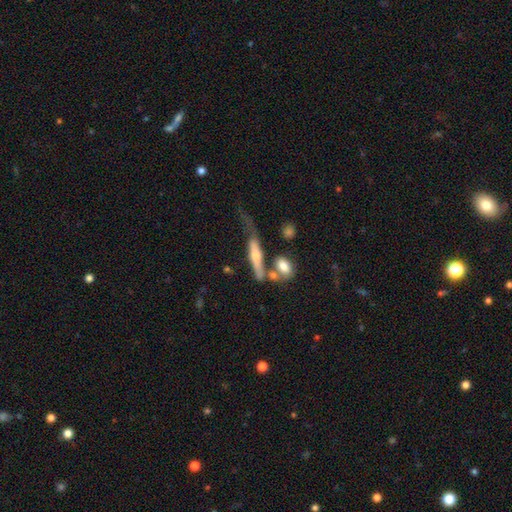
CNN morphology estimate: Q: Smooth or featured?
A: smooth (48%); runner-up: featured or disk (43%)
Q: Merging?
A: none (31%); runner-up: merger (27%)